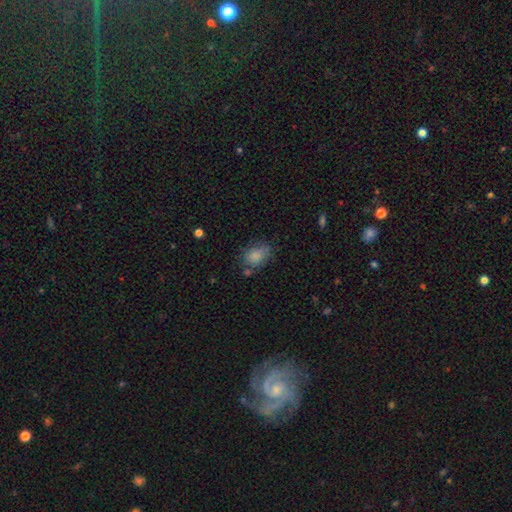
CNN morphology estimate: Overall: smooth (84%). How rounded: in between (79%). Merging: none (63%).